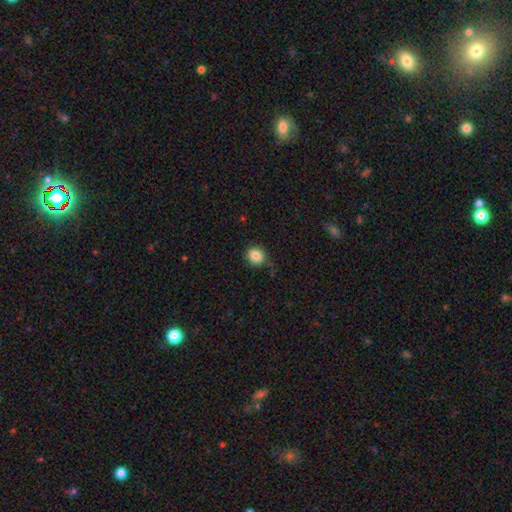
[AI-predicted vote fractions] Morphology: type=smooth (85%); roundness=round (77%); merging=none (77%).